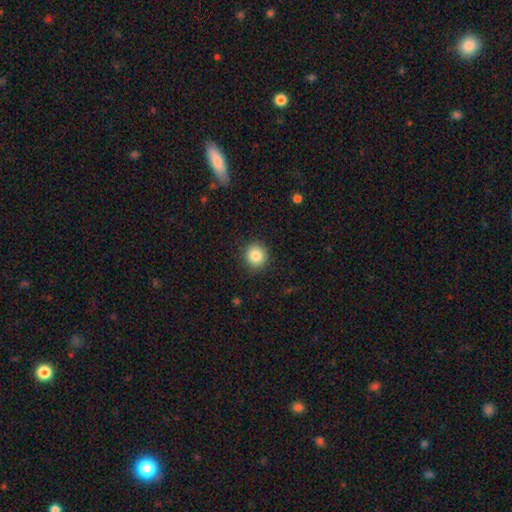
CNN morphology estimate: A smooth galaxy with no disk features (85%) that is round (87%). Merging: none (90%).